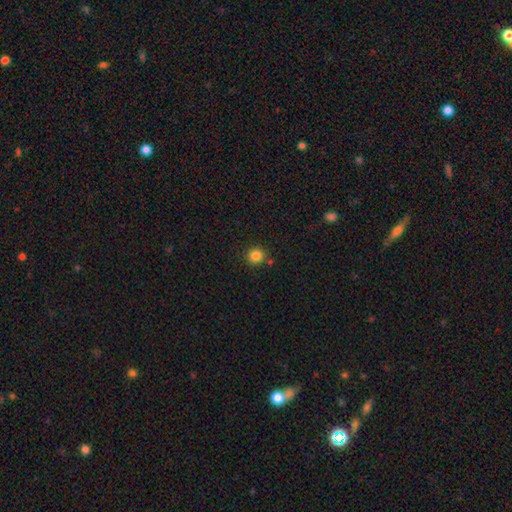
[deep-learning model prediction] smooth-or-featured: smooth: 84% | star or artifact: 12% | featured or disk: 4%
  how-rounded: round: 90% | in between: 9% | cigar-shaped: 1%
  merging: none: 83% | minor disturbance: 8% | merger: 7% | major disturbance: 2%